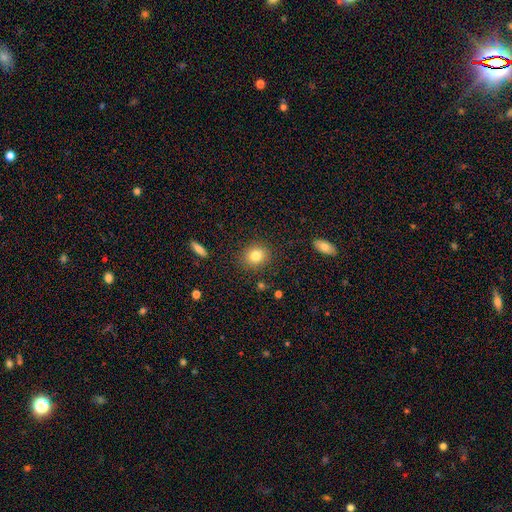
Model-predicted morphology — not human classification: type=smooth (81%); roundness=round (76%); merging=none (89%).